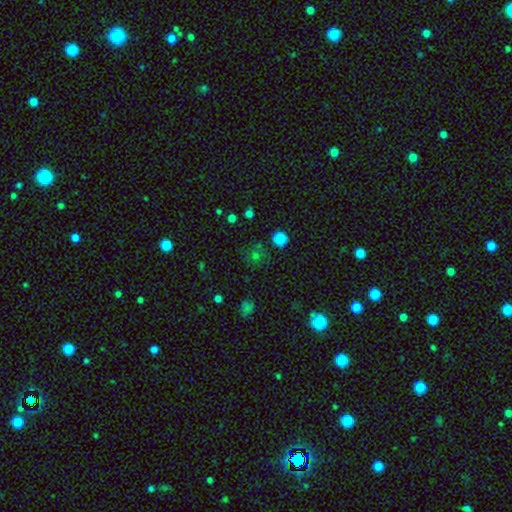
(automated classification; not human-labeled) Morphology: type=smooth (53%); roundness=round (85%); merging=none (77%).